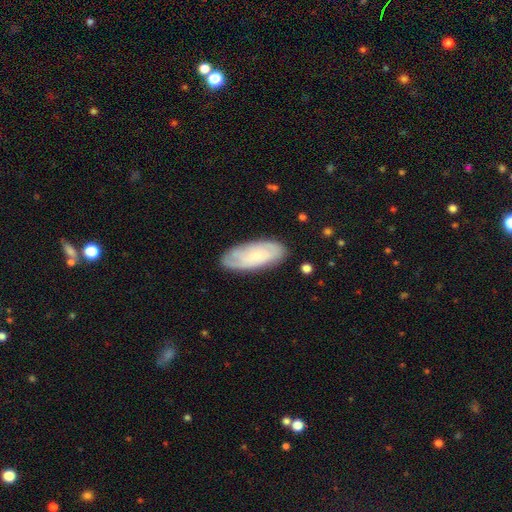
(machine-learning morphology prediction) Q: Smooth or featured?
A: featured or disk (49%); runner-up: smooth (44%)
Q: Merging?
A: none (80%); runner-up: minor disturbance (15%)